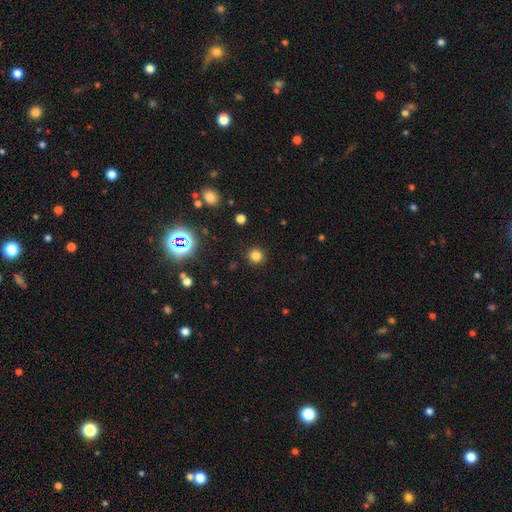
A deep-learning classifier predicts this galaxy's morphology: The model was most divided on "smooth or featured": smooth: 79%, star or artifact: 16%, featured or disk: 5%. More confident: how rounded — round (94%); merging — none (91%).